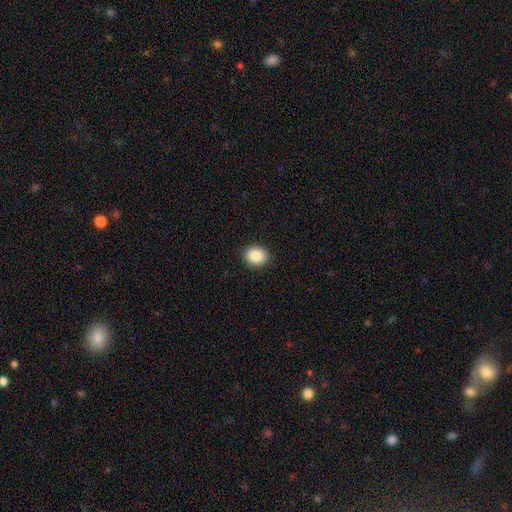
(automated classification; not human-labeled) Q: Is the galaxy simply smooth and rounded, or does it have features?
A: smooth — 88%.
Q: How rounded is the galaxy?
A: in between — 55%.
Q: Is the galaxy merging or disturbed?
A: none — 91%.